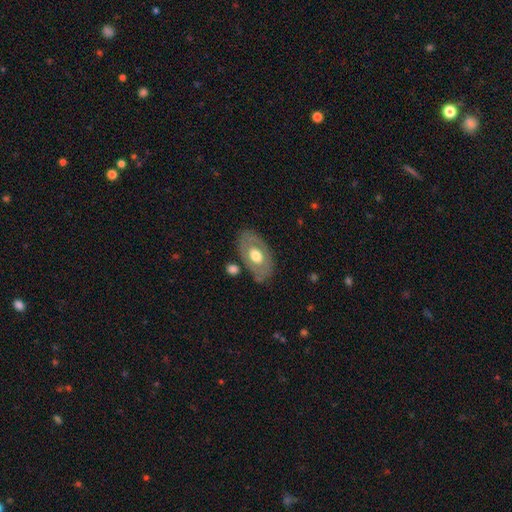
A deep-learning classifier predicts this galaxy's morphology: Smooth or featured? featured or disk (49%)
Merging? none (76%)